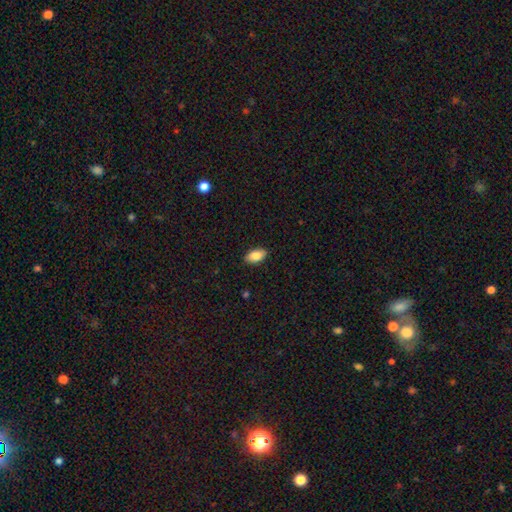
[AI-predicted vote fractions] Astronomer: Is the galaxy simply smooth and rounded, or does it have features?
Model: smooth — 83%.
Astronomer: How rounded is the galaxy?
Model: in between — 92%.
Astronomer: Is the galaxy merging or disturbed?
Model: none — 87%.